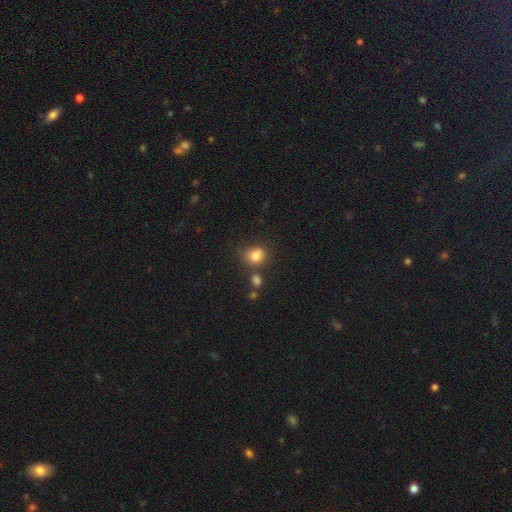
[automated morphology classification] type=smooth (80%); roundness=round (63%); merging=none (56%).